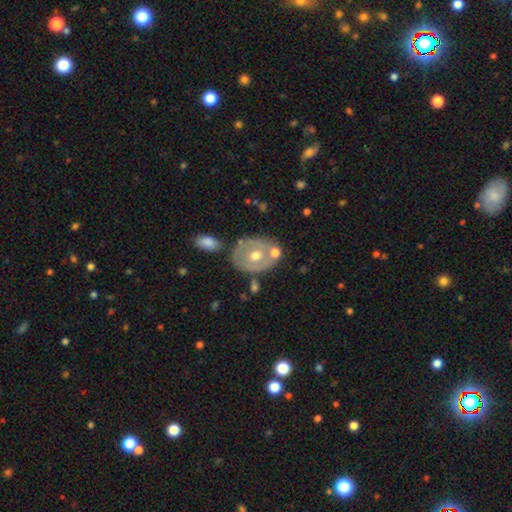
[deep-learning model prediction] This is possibly a featured or disk galaxy (58%). It is clearly not viewed edge-on (94%). Bar: clearly no (82%). Spiral arm pattern: likely no (80%). Central bulge: likely moderate (78%). Merging: likely none (65%).